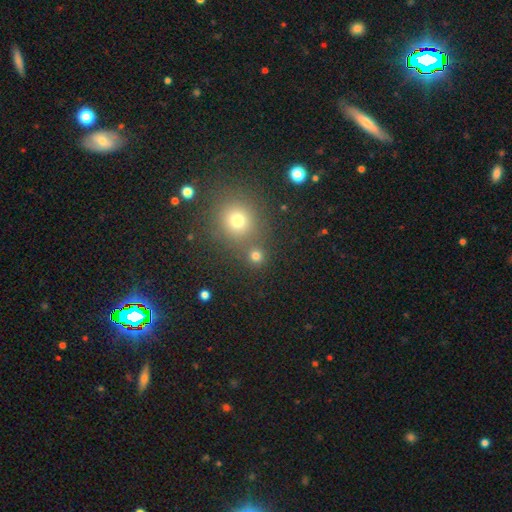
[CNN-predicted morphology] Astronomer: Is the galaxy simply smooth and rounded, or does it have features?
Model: smooth — 75%.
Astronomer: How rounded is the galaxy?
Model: round — 91%.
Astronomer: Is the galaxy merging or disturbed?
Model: none — 72%.